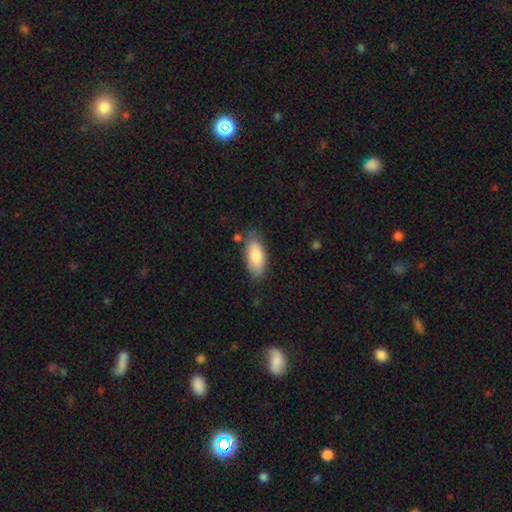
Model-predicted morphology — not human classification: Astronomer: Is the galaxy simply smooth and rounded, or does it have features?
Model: smooth — 83%.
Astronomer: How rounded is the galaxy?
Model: in between — 85%.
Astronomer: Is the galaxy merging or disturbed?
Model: none — 77%.